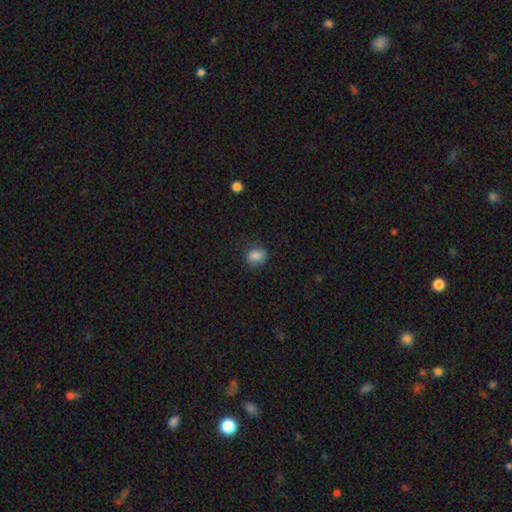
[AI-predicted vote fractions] Smooth or featured? smooth (85%)
How rounded? round (59%)
Merging? none (80%)